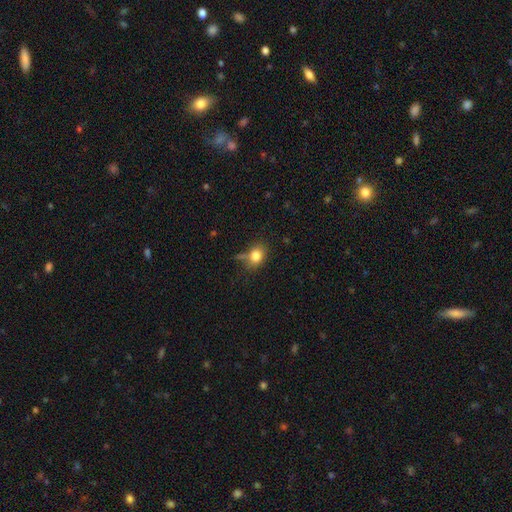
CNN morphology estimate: Smooth or featured: smooth — 81% (star or artifact — 11%)
How rounded: in between — 55% (round — 43%)
Merging: none — 59% (minor disturbance — 23%)